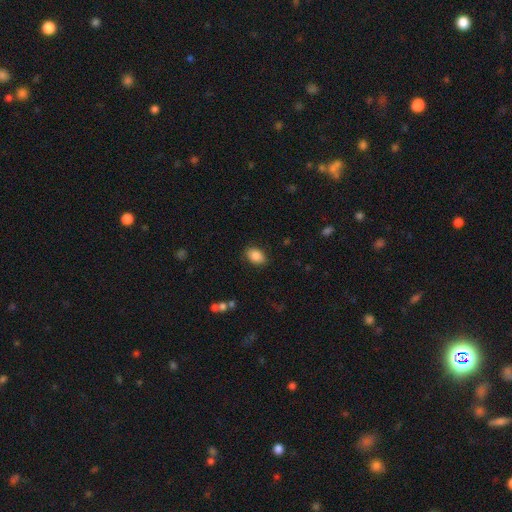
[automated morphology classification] Smooth or featured: smooth — 87% (star or artifact — 8%)
How rounded: in between — 85% (round — 14%)
Merging: none — 87% (minor disturbance — 9%)